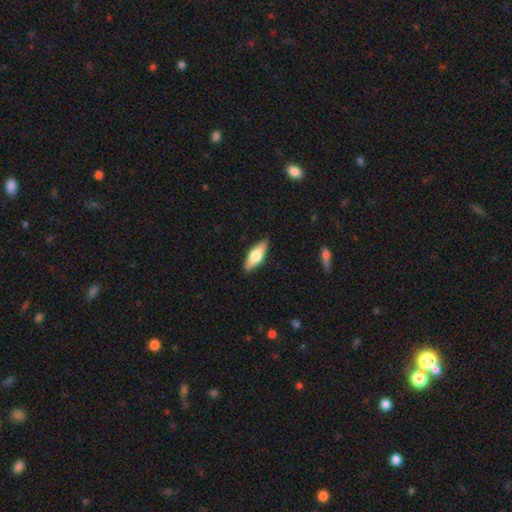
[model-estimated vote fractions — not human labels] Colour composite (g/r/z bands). It shows a smooth galaxy with no disk features (52%) that is in between round and cigar-shaped (63%). Merging: none (88%).